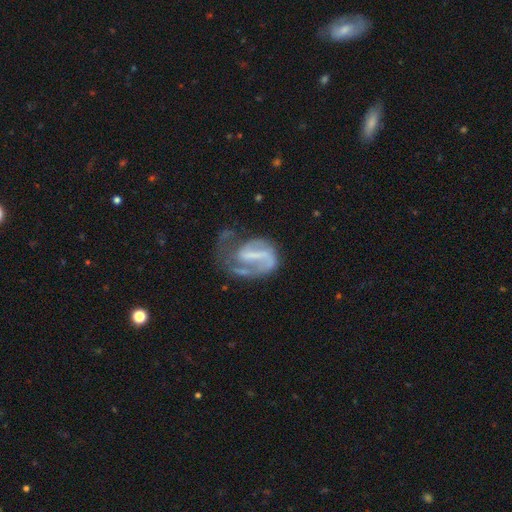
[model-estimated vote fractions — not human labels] smooth-or-featured: featured or disk: 78% | smooth: 15% | star or artifact: 7%
  disk-edge-on: no: 97% | yes: 3%
    bar: strong: 46% | weak: 36% | no: 18%
    has-spiral-arms: yes: 85% | no: 15%
      spiral-winding: medium: 42% | tight: 30% | loose: 28%
      spiral-arm-count: 1: 45% | 2: 41% | can't tell: 10% | 3: 2% | 4: 1% | more than 4: 1%
    bulge-size: none: 53% | small: 27% | moderate: 14% | large: 4% | dominant: 1%
  merging: major disturbance: 40% | none: 33% | minor disturbance: 23% | merger: 4%